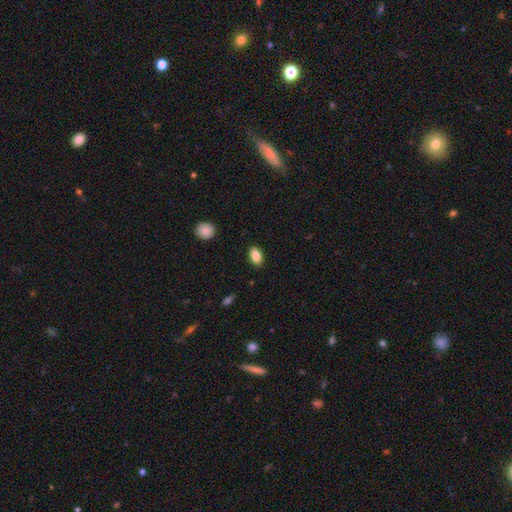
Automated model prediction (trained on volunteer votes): Smooth or featured: smooth — 85% (star or artifact — 8%)
How rounded: in between — 89% (round — 9%)
Merging: none — 88% (minor disturbance — 8%)